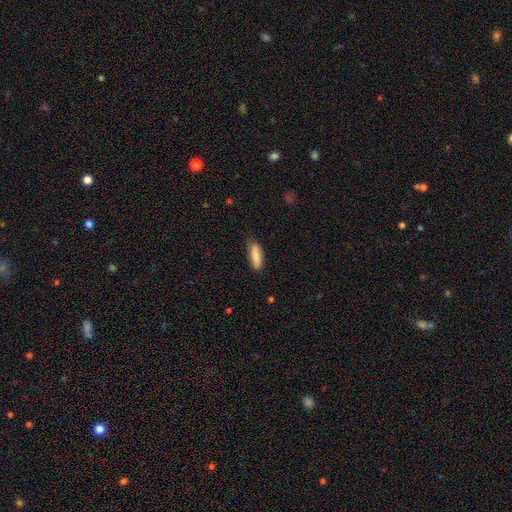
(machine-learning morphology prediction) A smooth galaxy with no disk features (80%) that is in between round and cigar-shaped (51%). Merging: none (75%).